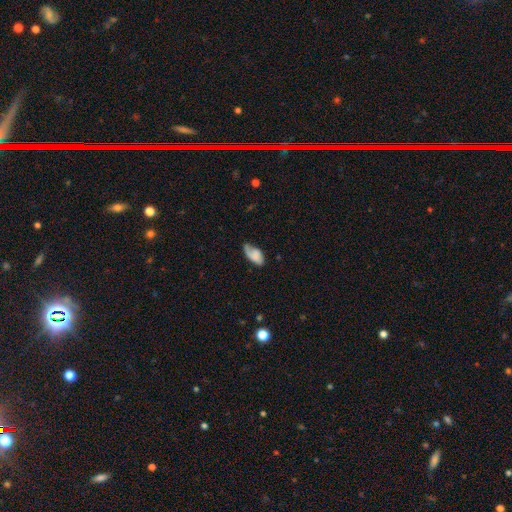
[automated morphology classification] smooth 66%, featured or disk 26%, star or artifact 8%. Down the decision tree: how rounded — in between (92%); merging — none (39%).